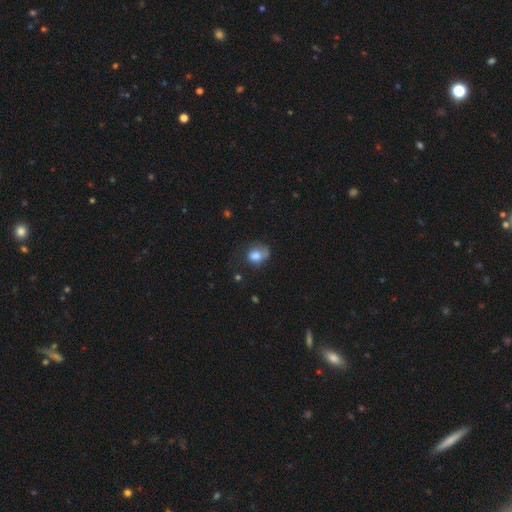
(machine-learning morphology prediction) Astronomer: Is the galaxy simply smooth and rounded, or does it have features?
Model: smooth — 75%.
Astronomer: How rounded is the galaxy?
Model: in between — 50% (runner-up: round, 49%).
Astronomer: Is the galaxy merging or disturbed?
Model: none — 39% (runner-up: minor disturbance, 31%).